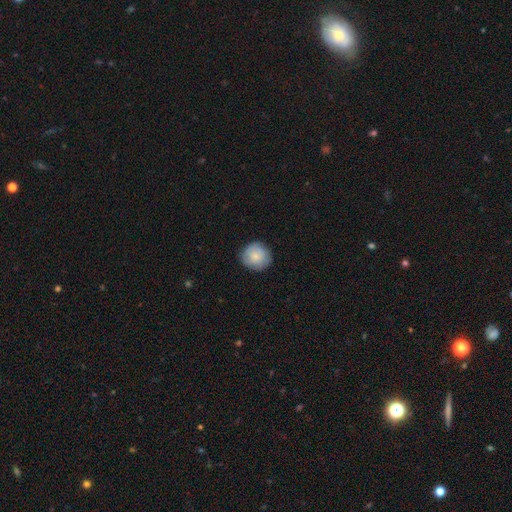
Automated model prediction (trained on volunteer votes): Smooth or featured?
  - smooth: 78% *
  - featured or disk: 15%
  - star or artifact: 7%
How rounded?
  - round: 89% *
  - in between: 10%
  - cigar-shaped: 1%
Merging?
  - none: 84% *
  - minor disturbance: 13%
  - major disturbance: 3%
  - merger: 1%